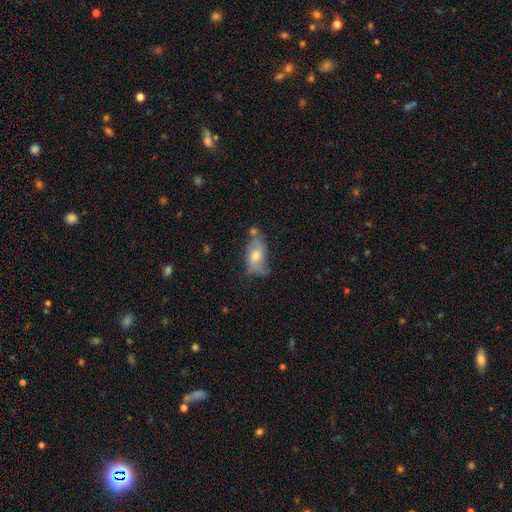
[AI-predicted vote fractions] featured or disk 46% (tied), smooth 46% (tied), star or artifact 8%. Down the decision tree: merging — none (46%).